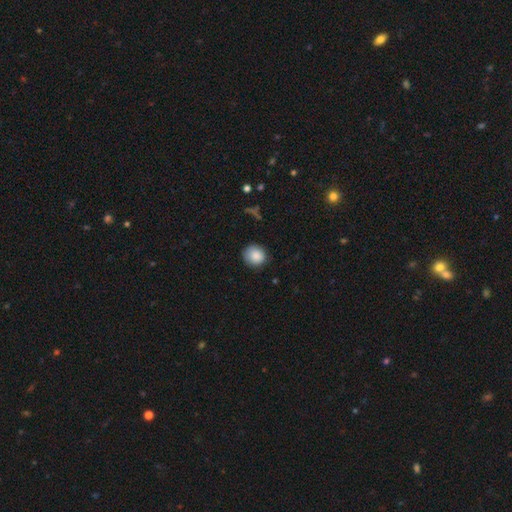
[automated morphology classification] smooth-or-featured: smooth: 87% | star or artifact: 8% | featured or disk: 5%
  how-rounded: round: 82% | in between: 17% | cigar-shaped: 1%
  merging: none: 82% | minor disturbance: 14% | major disturbance: 3% | merger: 1%